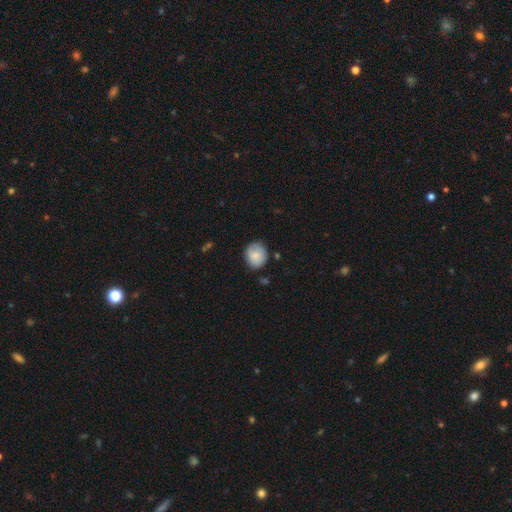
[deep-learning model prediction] Smooth or featured?
  - smooth: 84% *
  - featured or disk: 9%
  - star or artifact: 7%
How rounded?
  - round: 74% *
  - in between: 26%
  - cigar-shaped: 1%
Merging?
  - none: 77% *
  - minor disturbance: 18%
  - major disturbance: 3%
  - merger: 2%